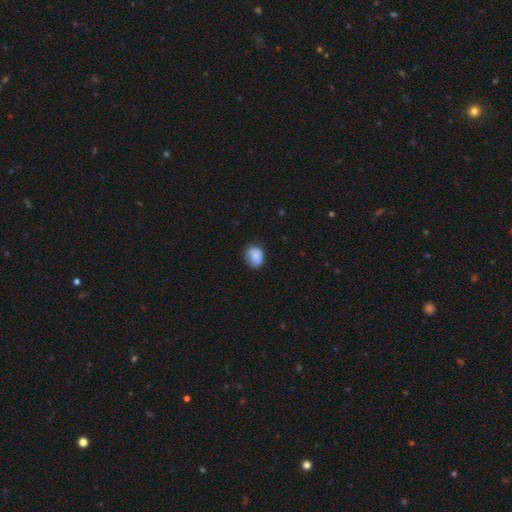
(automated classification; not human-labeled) Morphology: type=smooth (83%); roundness=round (52%); merging=none (68%).